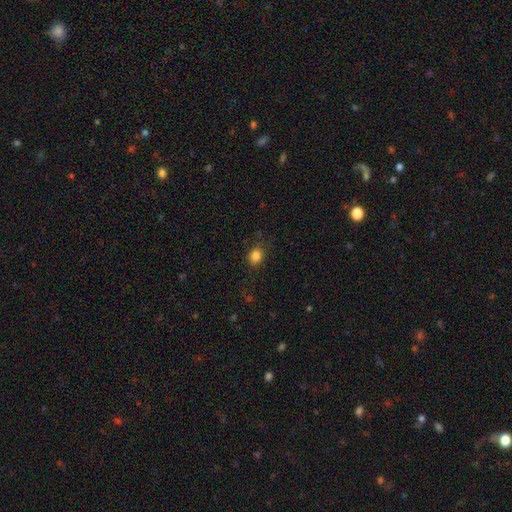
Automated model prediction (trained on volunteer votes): This is clearly a smooth galaxy (84%). How rounded: possibly round (58%). Merging: clearly none (82%).